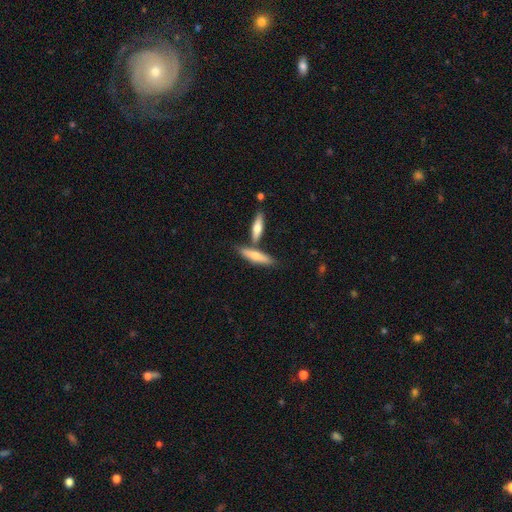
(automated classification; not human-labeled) A smooth galaxy with no disk features (61%) that is cigar-shaped (70%).

Vote fractions:
- Smooth or featured? smooth: 61% / featured or disk: 34% / star or artifact: 6%
- How rounded? cigar-shaped: 70% / in between: 28% / round: 2%
- Merging? none: 59% / merger: 27% / minor disturbance: 11% / major disturbance: 3%